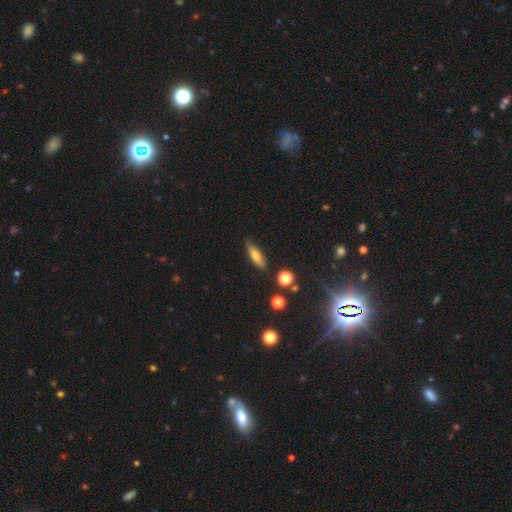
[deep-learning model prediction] smooth-or-featured: smooth: 68% | featured or disk: 23% | star or artifact: 9%
  how-rounded: cigar-shaped: 49% | in between: 47% | round: 4%
  merging: none: 81% | minor disturbance: 14% | major disturbance: 3% | merger: 2%